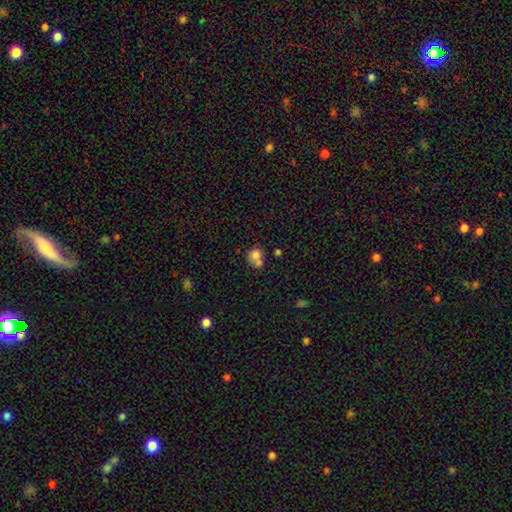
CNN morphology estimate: Smooth or featured?
  - smooth: 75% *
  - featured or disk: 14%
  - star or artifact: 11%
How rounded?
  - round: 74% *
  - in between: 25%
  - cigar-shaped: 1%
Merging?
  - merger: 46% *
  - none: 37%
  - minor disturbance: 12%
  - major disturbance: 5%